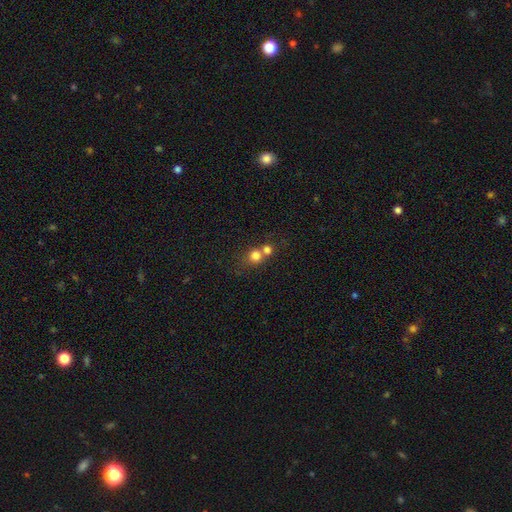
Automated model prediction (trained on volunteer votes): This is likely a smooth galaxy (77%). How rounded: clearly round (85%). Merging: possibly merger (49%).